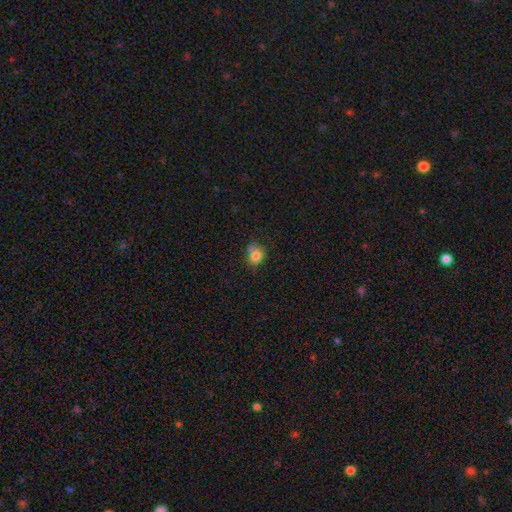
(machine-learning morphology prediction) A smooth galaxy with no disk features (81%) that is round (71%).

Vote fractions:
- Smooth or featured? smooth: 81% / star or artifact: 11% / featured or disk: 8%
- How rounded? round: 71% / in between: 28% / cigar-shaped: 1%
- Merging? none: 60% / minor disturbance: 25% / merger: 9% / major disturbance: 6%